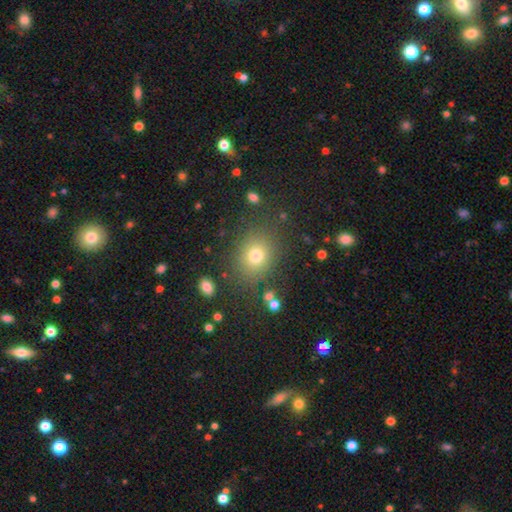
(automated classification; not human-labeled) Q: Smooth or featured?
A: smooth (74%); runner-up: star or artifact (17%)
Q: How rounded?
A: round (63%); runner-up: in between (36%)
Q: Merging?
A: none (82%); runner-up: minor disturbance (10%)